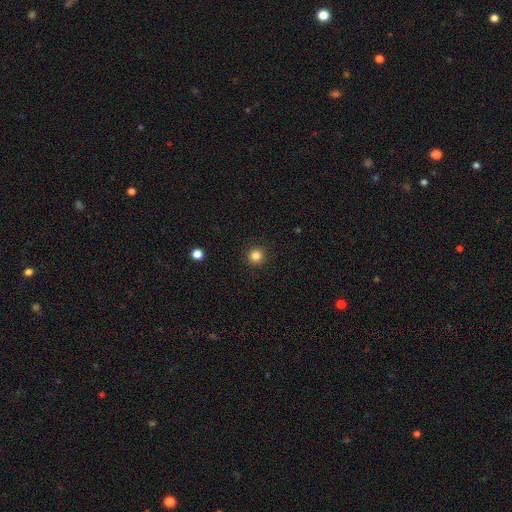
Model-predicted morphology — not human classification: Smooth or featured?
  - smooth: 84% *
  - star or artifact: 12%
  - featured or disk: 4%
How rounded?
  - round: 96% *
  - in between: 3%
  - cigar-shaped: 1%
Merging?
  - none: 92% *
  - minor disturbance: 5%
  - major disturbance: 2%
  - merger: 1%